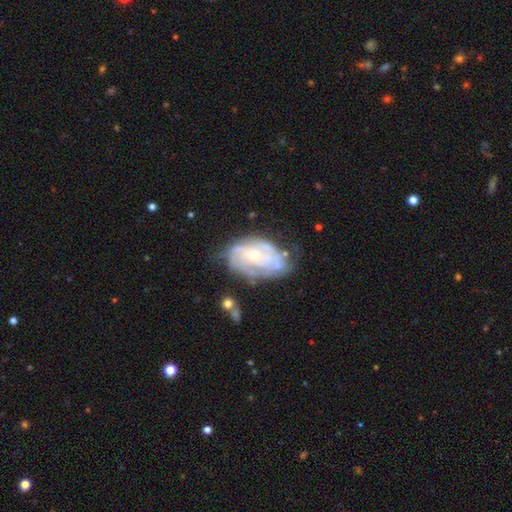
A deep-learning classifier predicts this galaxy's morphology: Smooth or featured? featured or disk (79%)
Edge-on disk? no (97%)
Bar? no (77%)
Spiral arms? yes (85%)
Spiral winding? tight (62%)
Spiral arm count? can't tell (47%)
Bulge size? small (58%)
Merging? none (56%)